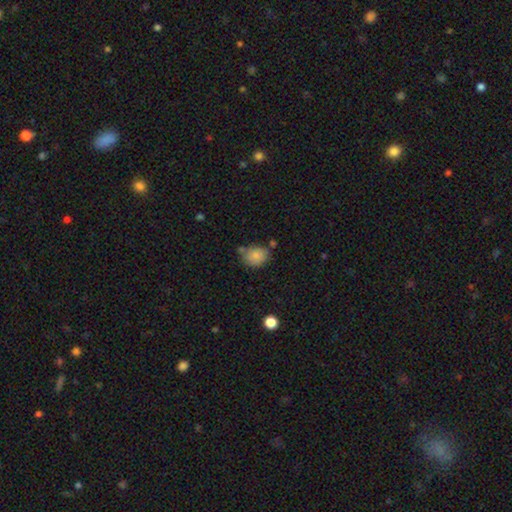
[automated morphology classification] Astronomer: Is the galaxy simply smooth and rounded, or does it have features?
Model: smooth — 83%.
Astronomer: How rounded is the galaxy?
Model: round — 51% (runner-up: in between, 48%).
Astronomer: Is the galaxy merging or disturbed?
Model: none — 58%.